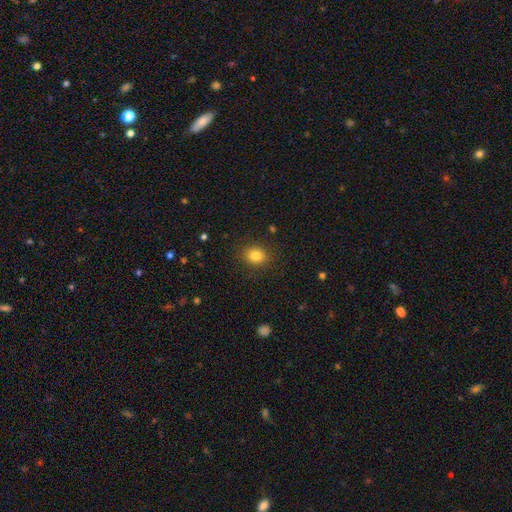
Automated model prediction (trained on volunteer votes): Morphology: type=smooth (83%); roundness=round (63%); merging=none (88%).